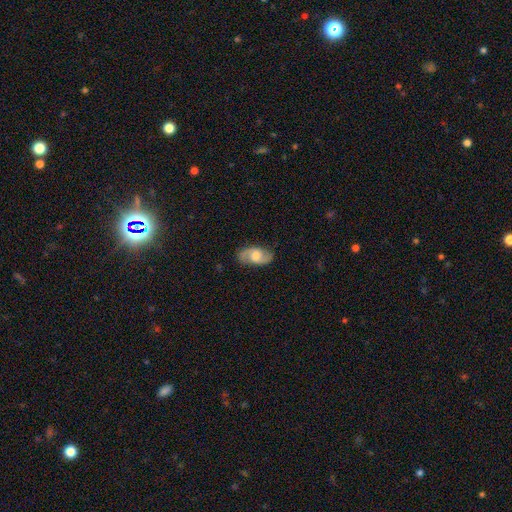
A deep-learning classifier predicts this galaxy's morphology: Overall: featured or disk (70%). Edge-on disk: no (95%). Bar: no (47%; weak 45%). Spiral arms: yes (92%). Spiral arm count: 2 (90%). Spiral winding: medium (47%; loose 36%). Bulge size: moderate (55%; small 24%). Merging: none (83%).